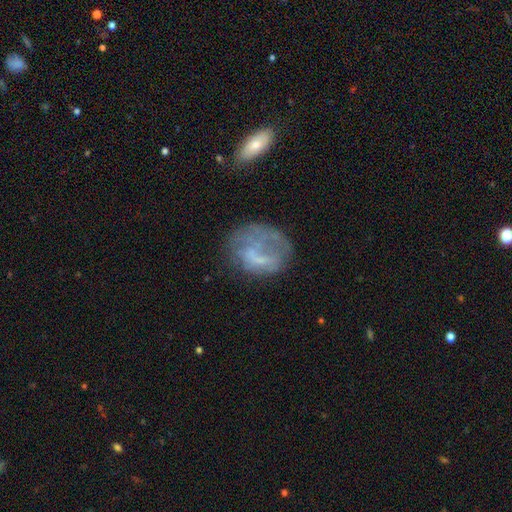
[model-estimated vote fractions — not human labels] This is possibly a featured or disk galaxy (46%). Merging: marginally none (42%).